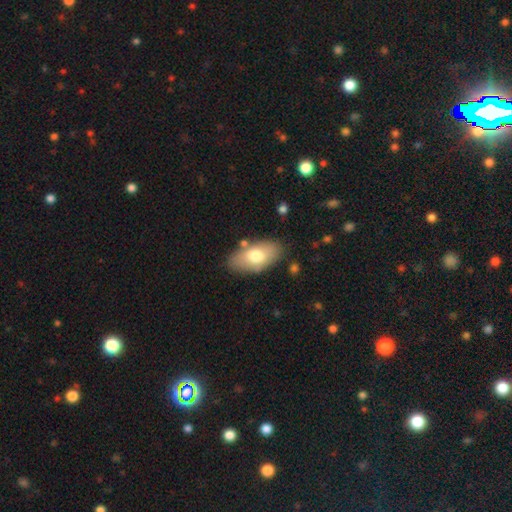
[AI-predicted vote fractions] Overall: smooth (70%). How rounded: in between (92%). Merging: none (79%).